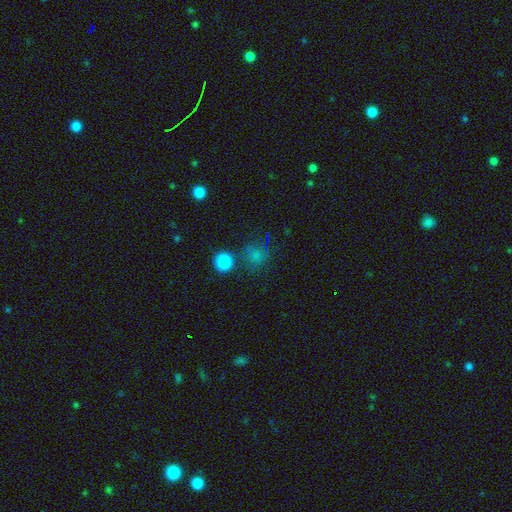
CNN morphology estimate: Overall: smooth (62%; star or artifact 31%). How rounded: round (84%). Merging: none (69%).